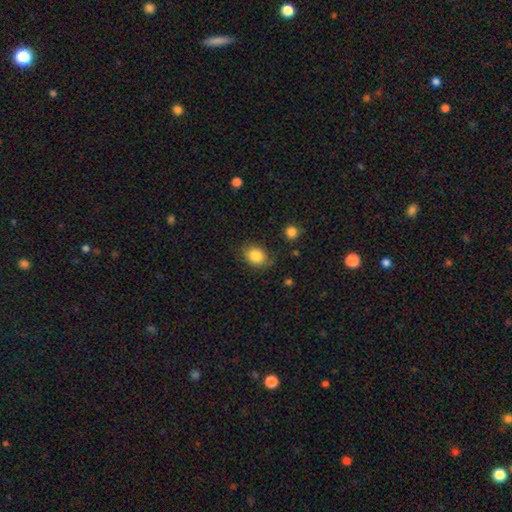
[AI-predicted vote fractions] Overall: smooth (85%). How rounded: round (50%; in between 49%). Merging: none (77%).